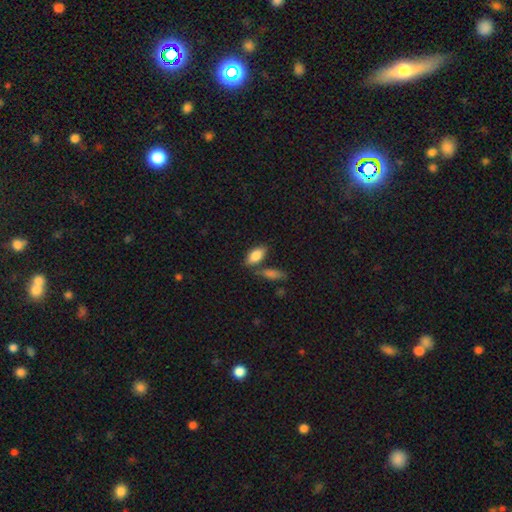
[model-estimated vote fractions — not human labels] This appears to be a smooth galaxy with no disk features (83%) that is in between round and cigar-shaped (88%). Merging: none (65%).